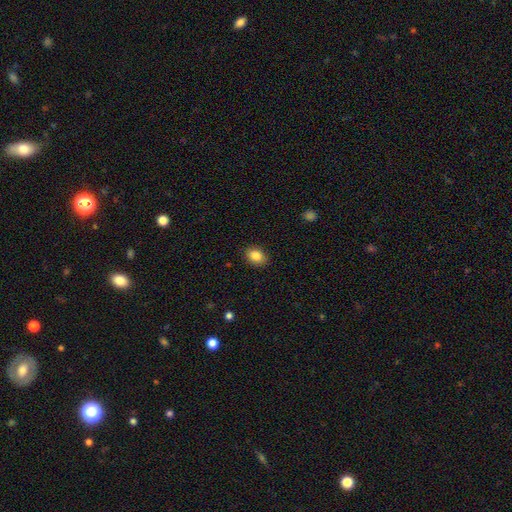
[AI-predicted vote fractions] Smooth or featured? Predicted: smooth (p=0.85). How rounded? Predicted: in between (p=0.60). Merging? Predicted: none (p=0.89).